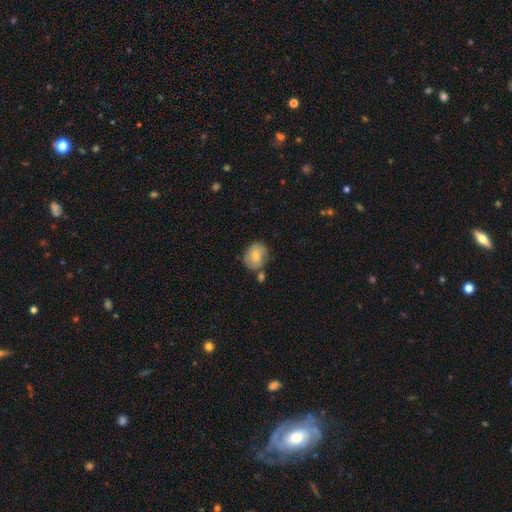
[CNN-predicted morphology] smooth_or_featured: smooth (p=0.74) [alt: featured or disk p=0.18]
how_rounded: round (p=0.58) [alt: in between p=0.41]
merging: none (p=0.61) [alt: minor disturbance p=0.19]